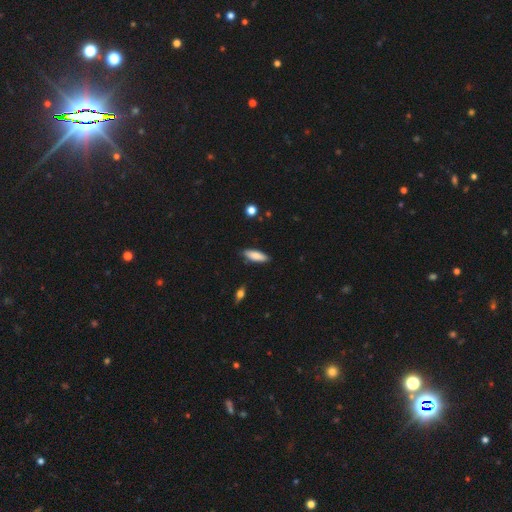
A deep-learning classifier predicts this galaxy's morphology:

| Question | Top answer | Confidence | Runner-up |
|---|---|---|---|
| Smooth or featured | smooth | 83% | featured or disk (10%) |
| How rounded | in between | 58% | cigar-shaped (40%) |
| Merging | none | 85% | minor disturbance (11%) |